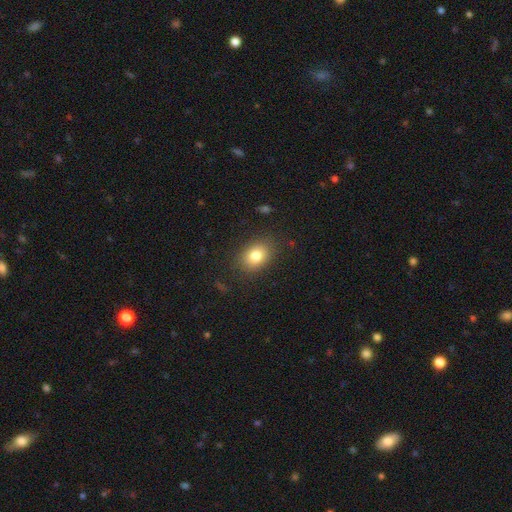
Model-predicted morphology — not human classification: Smooth or featured? Predicted: smooth (p=0.80). How rounded? Predicted: in between (p=0.64). Merging? Predicted: none (p=0.84).